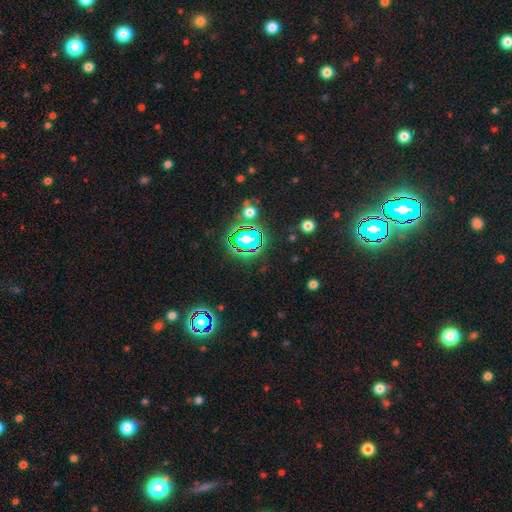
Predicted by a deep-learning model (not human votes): Smooth or featured? Predicted: star or artifact (p=0.82).